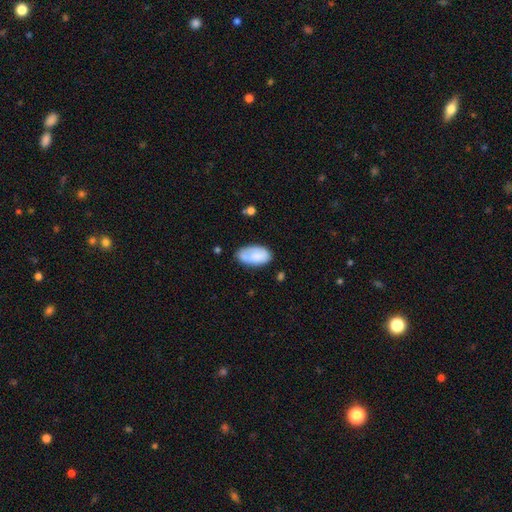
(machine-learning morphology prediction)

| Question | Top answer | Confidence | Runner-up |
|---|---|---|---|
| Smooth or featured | smooth | 80% | featured or disk (13%) |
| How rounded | in between | 95% | round (3%) |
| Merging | none | 64% | minor disturbance (25%) |